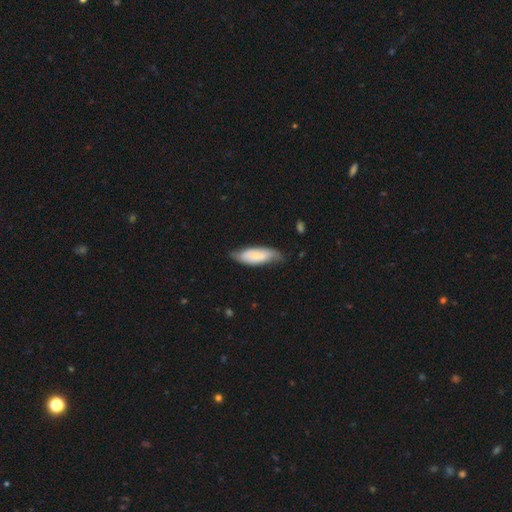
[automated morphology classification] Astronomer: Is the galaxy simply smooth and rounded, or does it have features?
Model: smooth — 62%.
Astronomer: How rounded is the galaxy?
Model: in between — 74%.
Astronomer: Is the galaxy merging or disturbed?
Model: none — 64%.